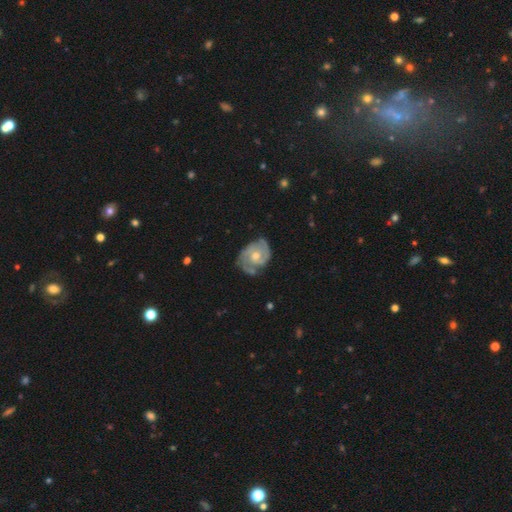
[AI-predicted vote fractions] Smooth or featured? Predicted: featured or disk (p=0.81). Edge-on disk? Predicted: no (p=0.97). Bar? Predicted: no (p=0.74). Spiral arms? Predicted: yes (p=0.91). Spiral winding? Predicted: tight (p=0.59). Spiral arm count? Predicted: 2 (p=0.52). Bulge size? Predicted: moderate (p=0.67). Merging? Predicted: none (p=0.59).